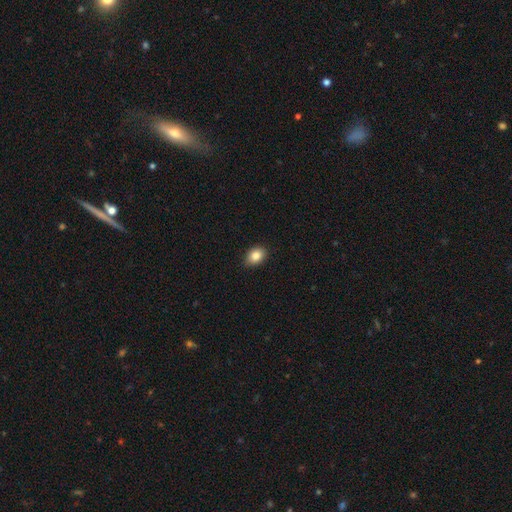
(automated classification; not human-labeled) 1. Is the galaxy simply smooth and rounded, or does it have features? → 86% smooth, 8% star or artifact, 6% featured or disk.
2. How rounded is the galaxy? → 76% in between, 23% round, 1% cigar-shaped.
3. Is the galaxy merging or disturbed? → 86% none, 11% minor disturbance, 2% major disturbance, 1% merger.